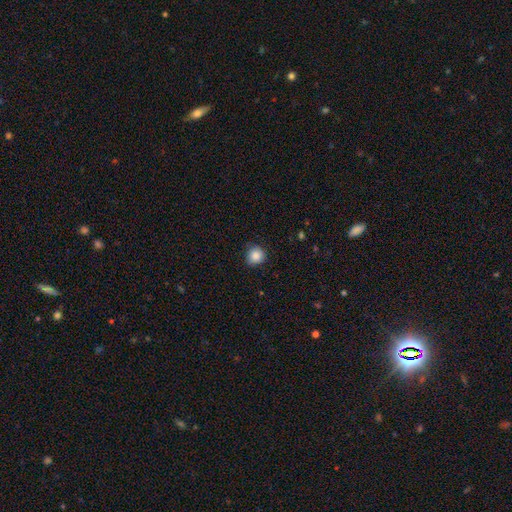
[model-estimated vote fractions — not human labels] smooth 87%, star or artifact 9%, featured or disk 4%. Down the decision tree: how rounded — round (90%); merging — none (83%).